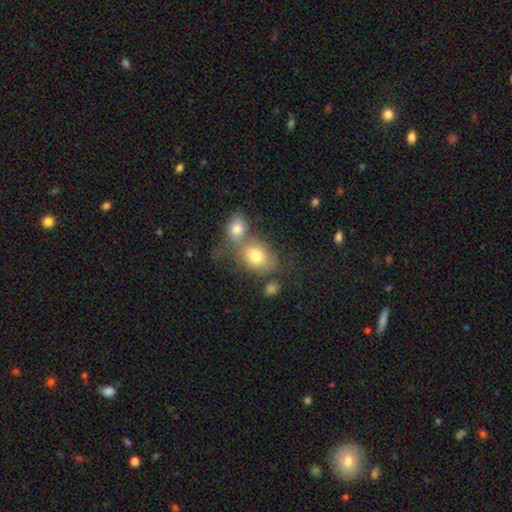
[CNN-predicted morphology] Q: Smooth or featured?
A: star or artifact (39%); tied with: smooth (39%)